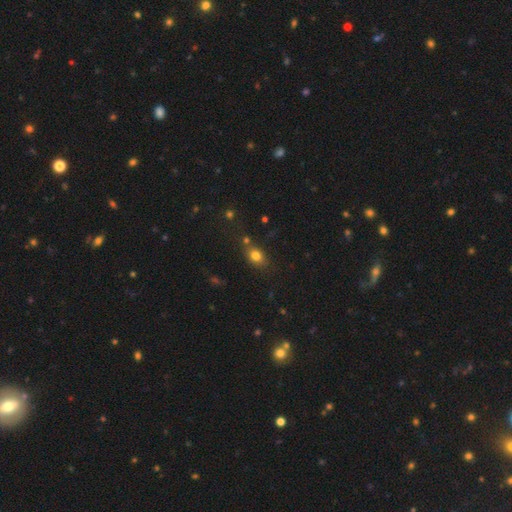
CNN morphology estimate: A smooth galaxy with no disk features (78%) that is in between round and cigar-shaped (59%). Merging: none (68%).